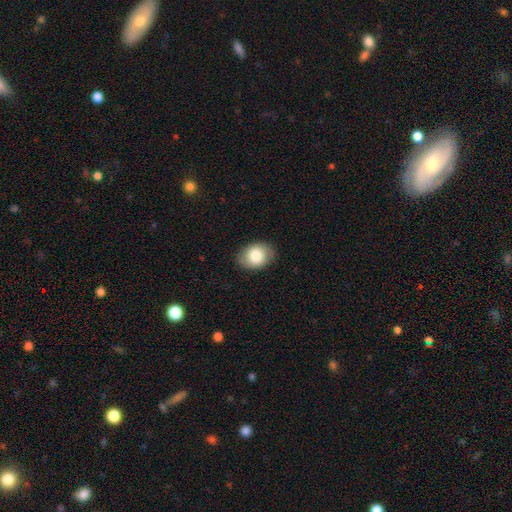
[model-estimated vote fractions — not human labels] Smooth or featured? Predicted: smooth (p=0.81). How rounded? Predicted: in between (p=0.71). Merging? Predicted: none (p=0.86).